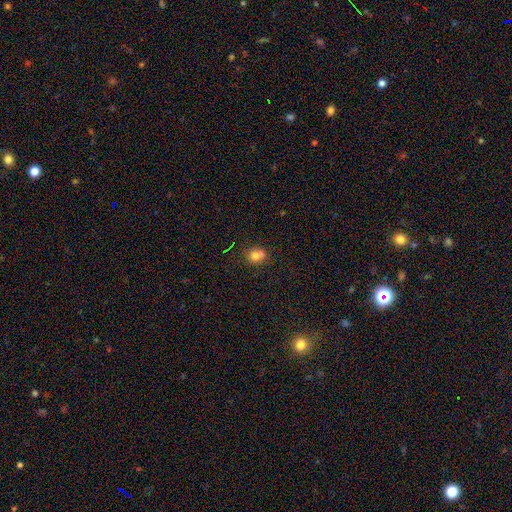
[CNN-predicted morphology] A smooth galaxy with no disk features (73%) that is round (71%).

Vote fractions:
- Smooth or featured? smooth: 73% / featured or disk: 14% / star or artifact: 13%
- How rounded? round: 71% / in between: 28% / cigar-shaped: 1%
- Merging? none: 45% / merger: 38% / minor disturbance: 12% / major disturbance: 4%